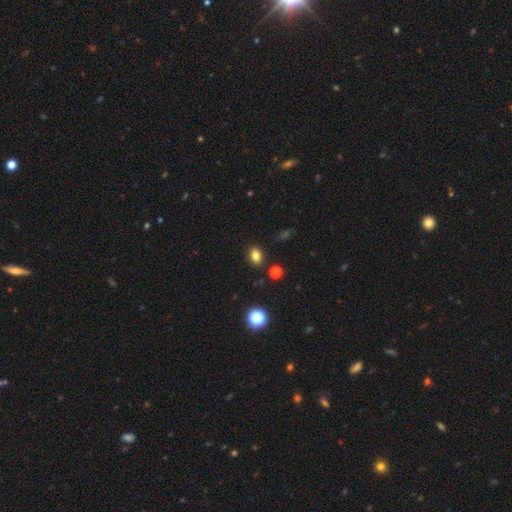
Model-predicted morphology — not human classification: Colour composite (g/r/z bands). It shows a smooth galaxy with no disk features (80%) that is in between round and cigar-shaped (72%). Merging: none (86%).